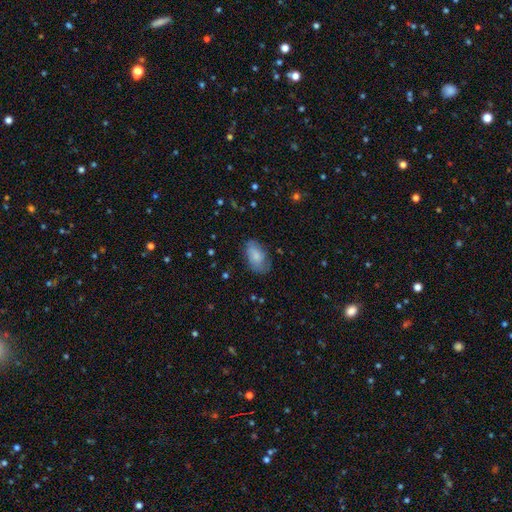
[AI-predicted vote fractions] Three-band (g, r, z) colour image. It shows a smooth galaxy with no disk features (71%) that is in between round and cigar-shaped (93%). Merging: none (71%).